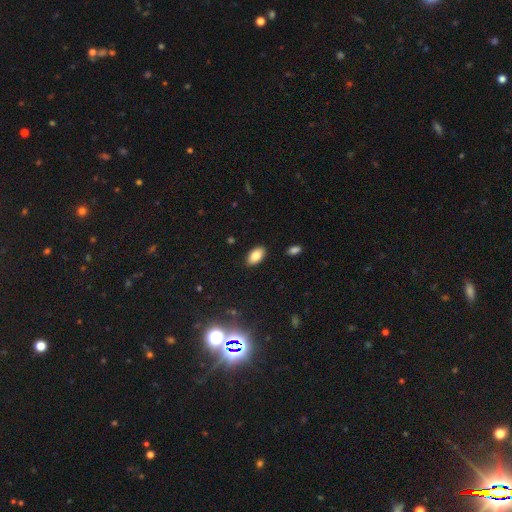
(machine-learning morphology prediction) smooth-or-featured: smooth: 84% | star or artifact: 8% | featured or disk: 8%
  how-rounded: in between: 94% | round: 4% | cigar-shaped: 2%
  merging: none: 88% | minor disturbance: 8% | major disturbance: 2% | merger: 1%